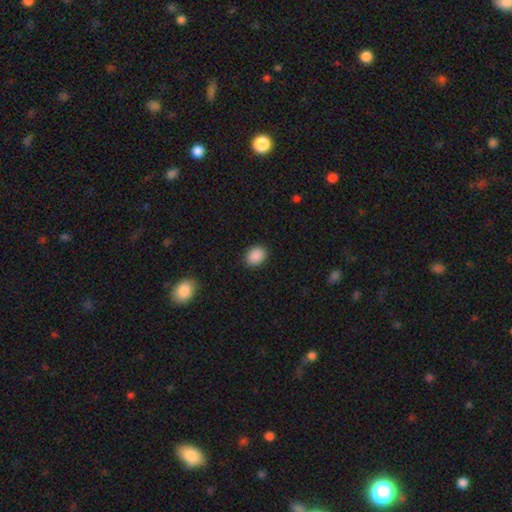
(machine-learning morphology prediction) This is clearly a smooth galaxy (89%). How rounded: possibly in between (59%). Merging: clearly none (88%).